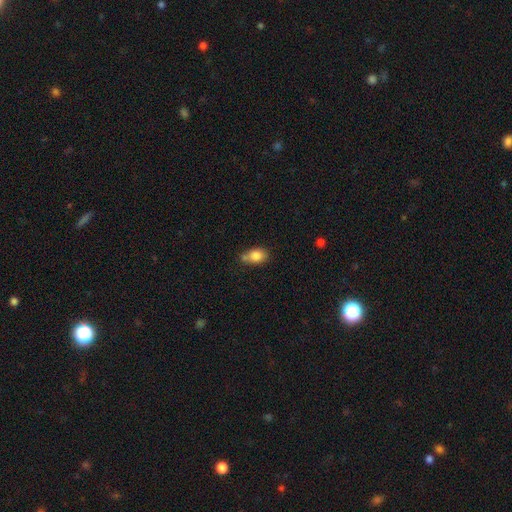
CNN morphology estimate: smooth_or_featured: smooth (p=0.83) [alt: star or artifact p=0.09]
how_rounded: in between (p=0.73) [alt: round p=0.25]
merging: none (p=0.52) [alt: merger p=0.22]